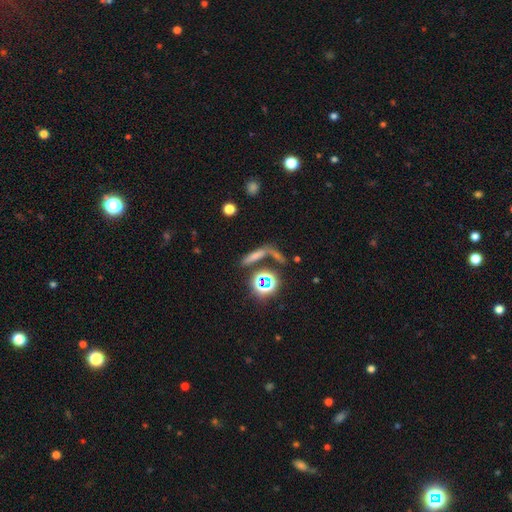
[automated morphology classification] smooth 58%, star or artifact 25%, featured or disk 17%. Down the decision tree: how rounded — cigar-shaped (66%); merging — none (52%).